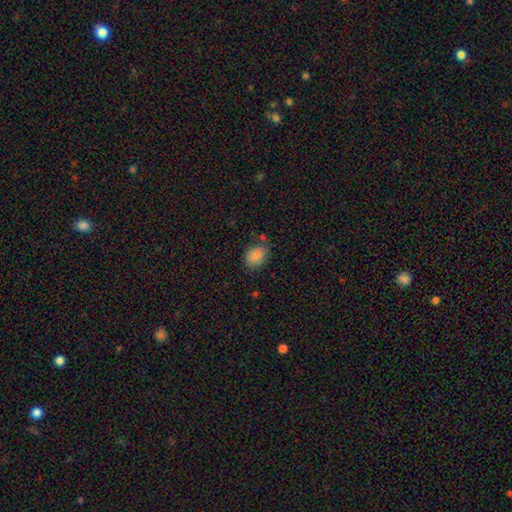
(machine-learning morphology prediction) type=smooth (86%); roundness=in between (62%); merging=none (71%).